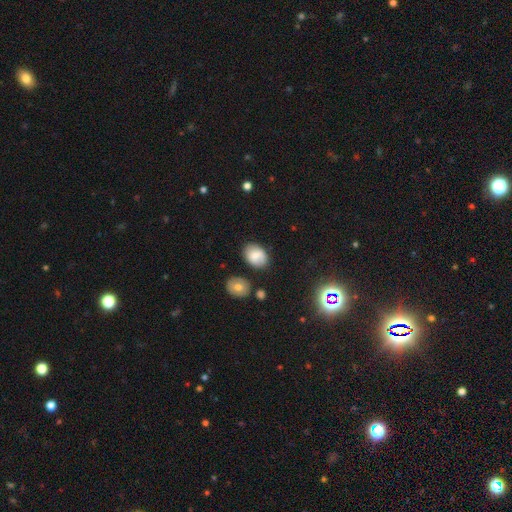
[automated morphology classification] Smooth or featured: smooth — 76% (featured or disk — 16%)
How rounded: in between — 74% (round — 25%)
Merging: none — 74% (minor disturbance — 17%)